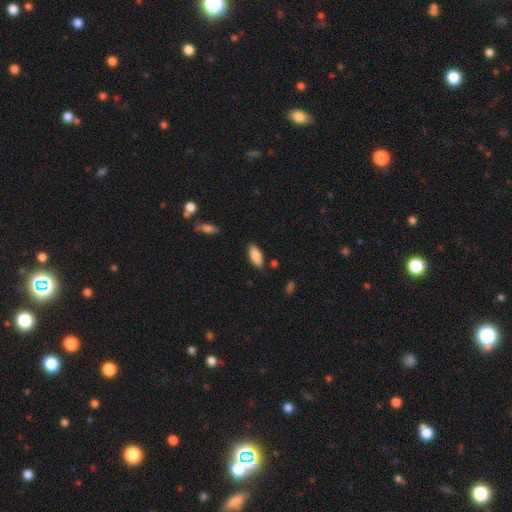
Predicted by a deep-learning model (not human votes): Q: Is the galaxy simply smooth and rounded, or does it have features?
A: smooth — 88%.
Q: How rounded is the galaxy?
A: in between — 82%.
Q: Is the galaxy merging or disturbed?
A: none — 83%.